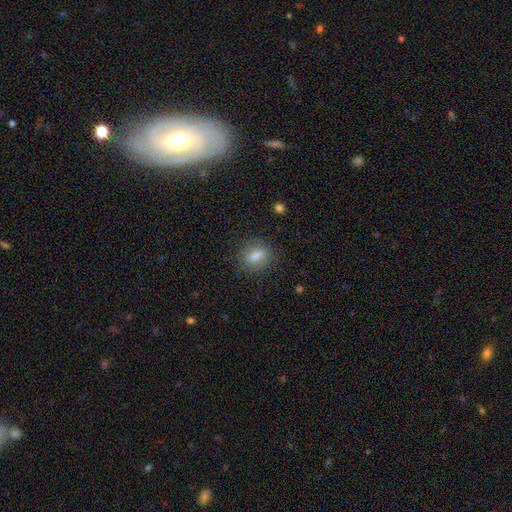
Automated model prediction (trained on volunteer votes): Morphology: type=smooth (79%); roundness=in between (59%); merging=none (86%).